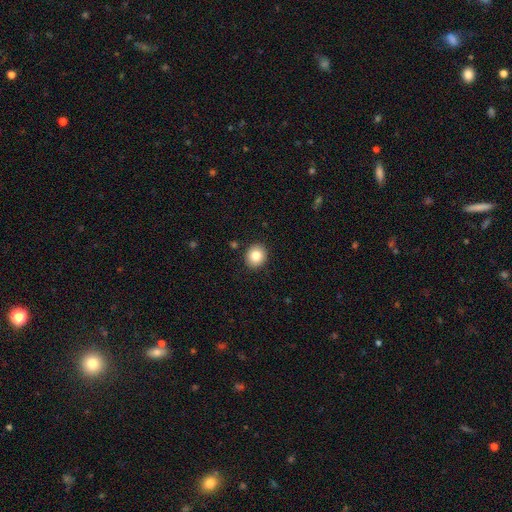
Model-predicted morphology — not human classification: Smooth or featured?
  - smooth: 83% *
  - star or artifact: 9%
  - featured or disk: 7%
How rounded?
  - round: 79% *
  - in between: 20%
  - cigar-shaped: 1%
Merging?
  - none: 91% *
  - minor disturbance: 6%
  - major disturbance: 2%
  - merger: 1%